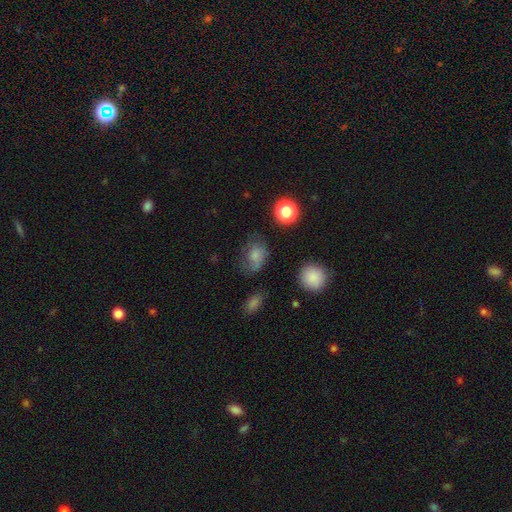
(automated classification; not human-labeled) The model was most divided on "merging": none: 49%, minor disturbance: 28%, major disturbance: 19%, merger: 4%. More confident: smooth or featured — smooth (71%); how rounded — in between (66%).